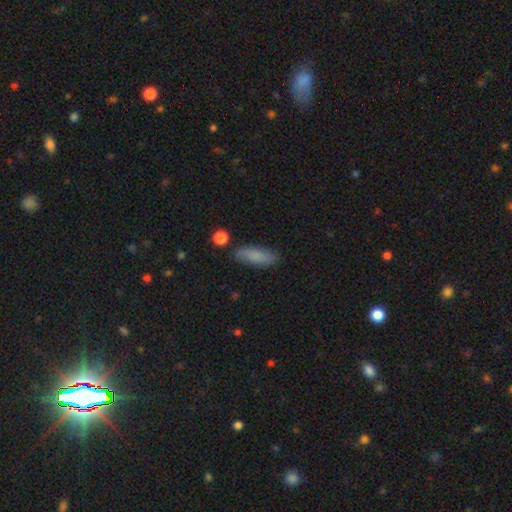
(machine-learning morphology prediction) Q: Smooth or featured?
A: smooth (81%); runner-up: featured or disk (12%)
Q: How rounded?
A: in between (51%); runner-up: cigar-shaped (46%)
Q: Merging?
A: none (80%); runner-up: minor disturbance (14%)